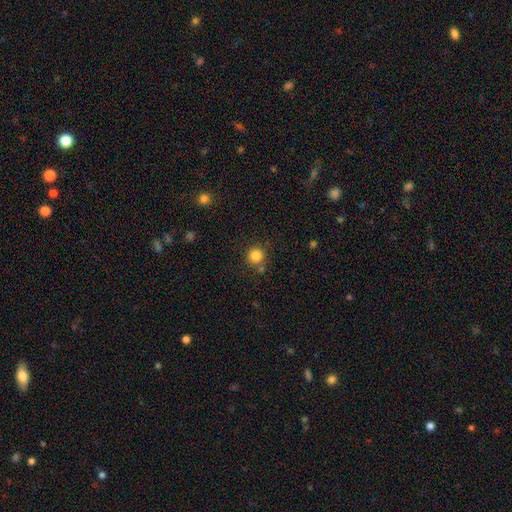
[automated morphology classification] Overall: smooth (84%). How rounded: round (94%). Merging: none (81%).